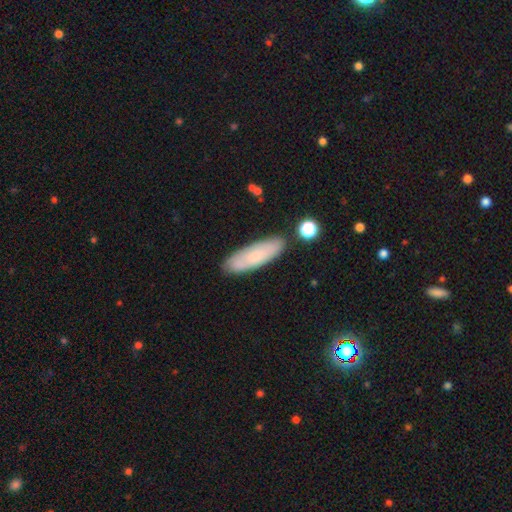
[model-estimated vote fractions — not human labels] A smooth galaxy with no disk features (68%) that is cigar-shaped (52%).

Vote fractions:
- Smooth or featured? smooth: 68% / featured or disk: 25% / star or artifact: 7%
- How rounded? cigar-shaped: 52% / in between: 46% / round: 2%
- Merging? none: 82% / minor disturbance: 12% / merger: 3% / major disturbance: 2%